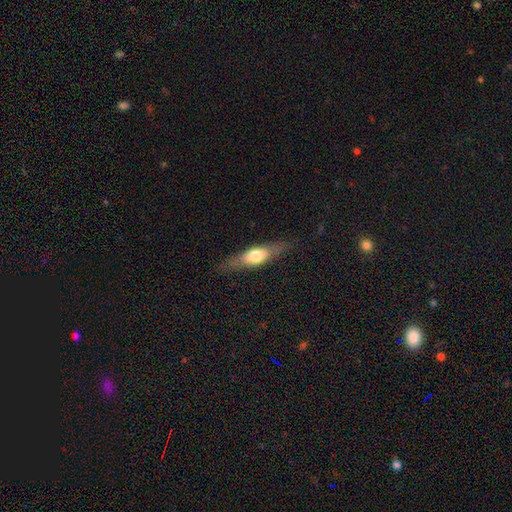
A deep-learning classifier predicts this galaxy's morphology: type=smooth (48%); merging=none (81%).